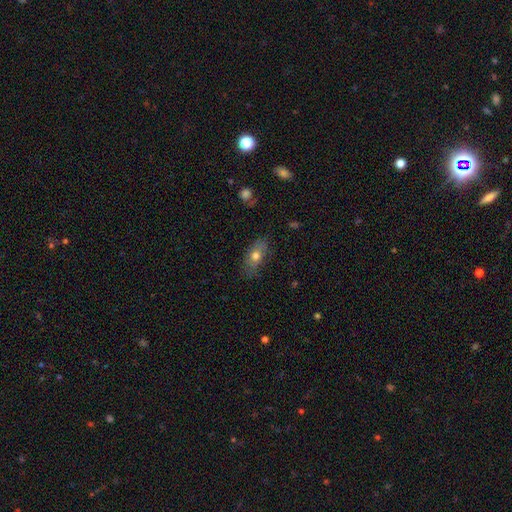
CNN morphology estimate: smooth 70%, featured or disk 22%, star or artifact 8%. Down the decision tree: how rounded — in between (82%); merging — none (74%).